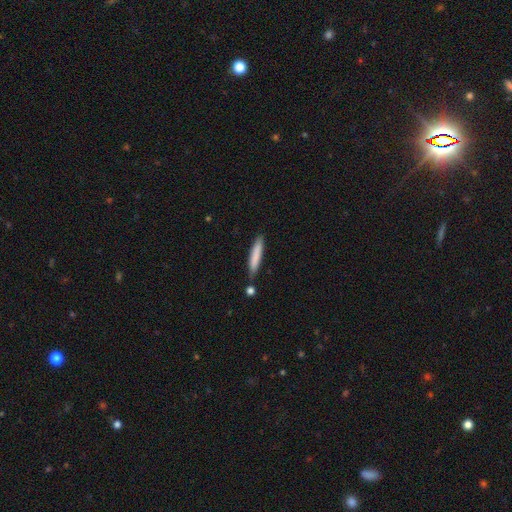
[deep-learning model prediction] smooth_or_featured: smooth (p=0.79) [alt: featured or disk p=0.15]
how_rounded: cigar-shaped (p=0.91) [alt: in between p=0.08]
merging: none (p=0.76) [alt: minor disturbance p=0.14]